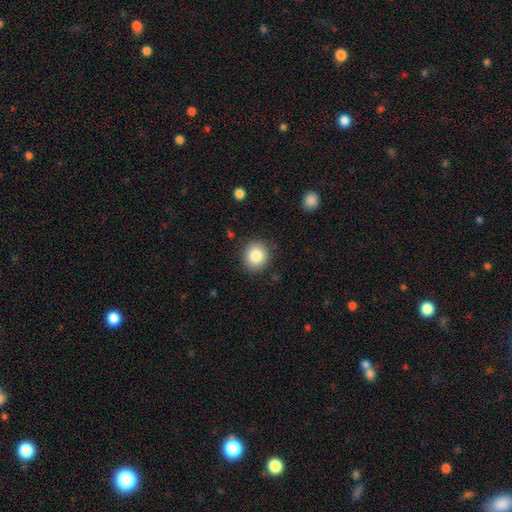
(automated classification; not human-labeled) Overall: smooth (85%). How rounded: round (85%). Merging: none (88%).